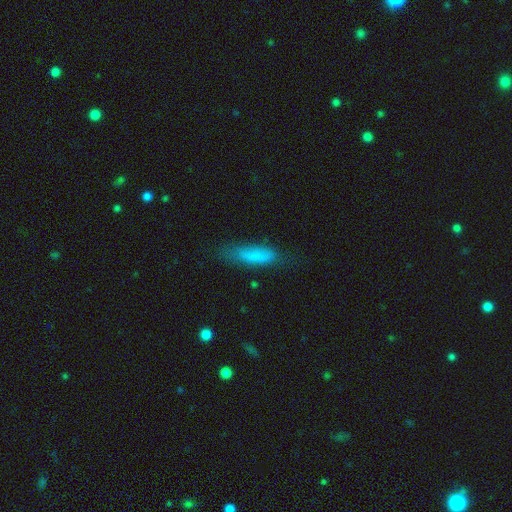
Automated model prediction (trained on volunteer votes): Smooth or featured? smooth (80%)
How rounded? cigar-shaped (63%)
Merging? none (70%)